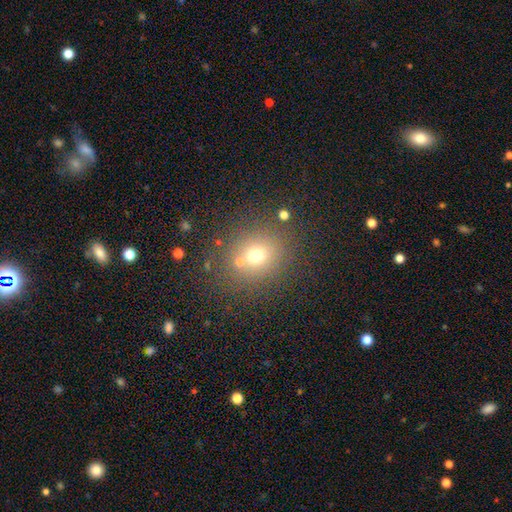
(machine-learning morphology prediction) Smooth or featured: smooth — 67% (star or artifact — 20%)
How rounded: round — 72% (in between — 27%)
Merging: none — 70% (merger — 15%)